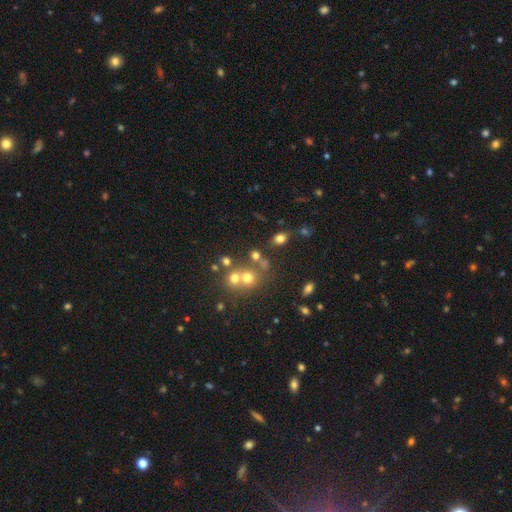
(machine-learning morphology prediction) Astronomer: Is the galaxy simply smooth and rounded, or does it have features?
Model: smooth — 63%.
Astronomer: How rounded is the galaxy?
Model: round — 71%.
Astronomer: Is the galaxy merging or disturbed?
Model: none — 51% (runner-up: merger, 33%).